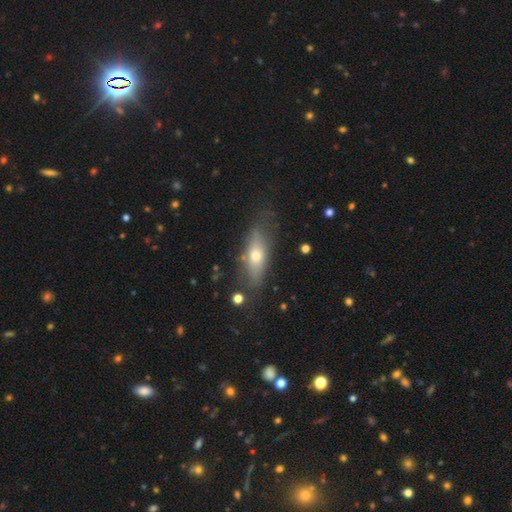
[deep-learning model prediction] This appears to be a smooth galaxy with no disk features (55%) that is in between round and cigar-shaped (55%). Merging: none (71%).